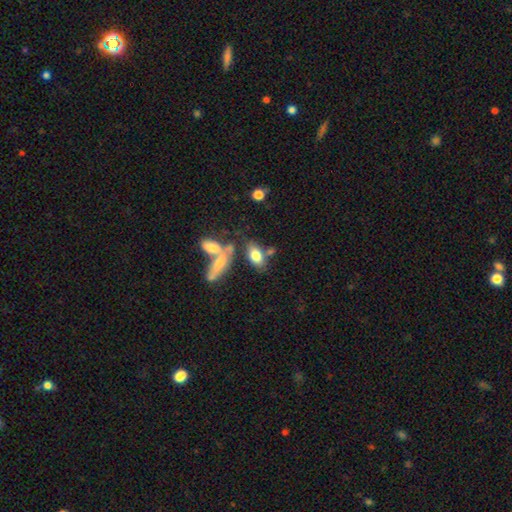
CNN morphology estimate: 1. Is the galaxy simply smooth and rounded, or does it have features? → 76% smooth, 17% featured or disk, 8% star or artifact.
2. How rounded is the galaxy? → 87% in between, 8% cigar-shaped, 5% round.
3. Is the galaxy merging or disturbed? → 51% none, 31% merger, 13% minor disturbance, 6% major disturbance.